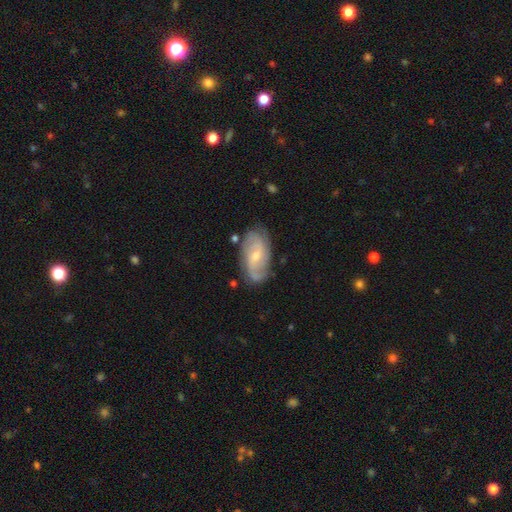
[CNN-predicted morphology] type=featured or disk (80%); edge-on=no (96%); bar=weak (49%); spiral arms=yes (95%); winding=medium (43%); arm count=2 (48%); bulge=small (58%); merging=none (75%).